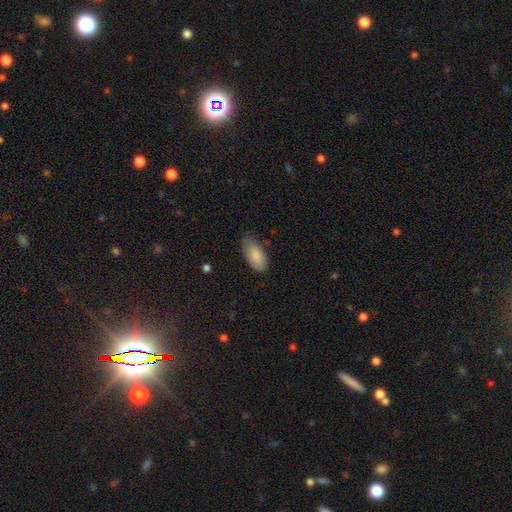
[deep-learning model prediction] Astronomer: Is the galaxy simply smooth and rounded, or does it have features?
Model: smooth — 86%.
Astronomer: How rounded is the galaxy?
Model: in between — 92%.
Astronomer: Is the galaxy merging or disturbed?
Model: none — 66%.